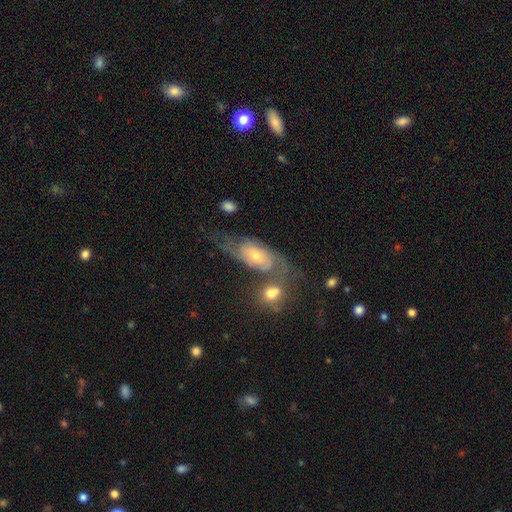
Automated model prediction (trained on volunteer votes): Smooth or featured: featured or disk — 67% (smooth — 24%)
Edge-on disk: no — 92% (yes — 8%)
Bar: no — 72% (weak — 23%)
Spiral arms: yes — 86% (no — 14%)
Spiral winding: medium — 41% (tight — 37%)
Spiral arm count: 2 — 60% (can't tell — 26%)
Bulge size: small — 57% (moderate — 36%)
Merging: none — 37% (merger — 27%)